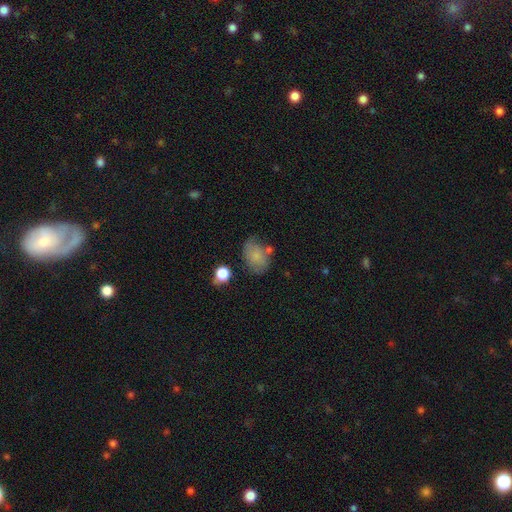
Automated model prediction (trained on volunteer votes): smooth-or-featured: smooth: 74% | featured or disk: 16% | star or artifact: 10%
  how-rounded: in between: 73% | round: 26% | cigar-shaped: 1%
  merging: none: 56% | minor disturbance: 26% | major disturbance: 9% | merger: 8%